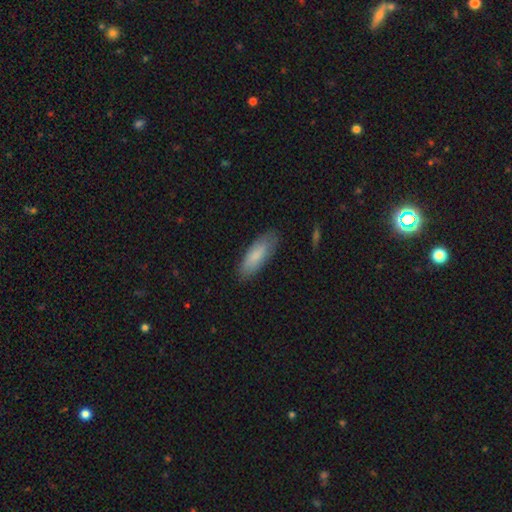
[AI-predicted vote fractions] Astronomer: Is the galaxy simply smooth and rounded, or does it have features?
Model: smooth — 83%.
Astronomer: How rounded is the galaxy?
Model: in between — 59% (runner-up: cigar-shaped, 39%).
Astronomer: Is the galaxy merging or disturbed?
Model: none — 84%.